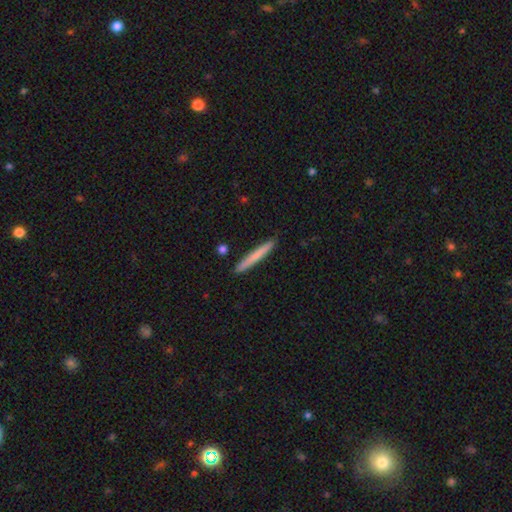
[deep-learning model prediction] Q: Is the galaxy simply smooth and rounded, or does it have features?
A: smooth — 71%.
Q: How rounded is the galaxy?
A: cigar-shaped — 96%.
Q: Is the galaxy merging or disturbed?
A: none — 91%.